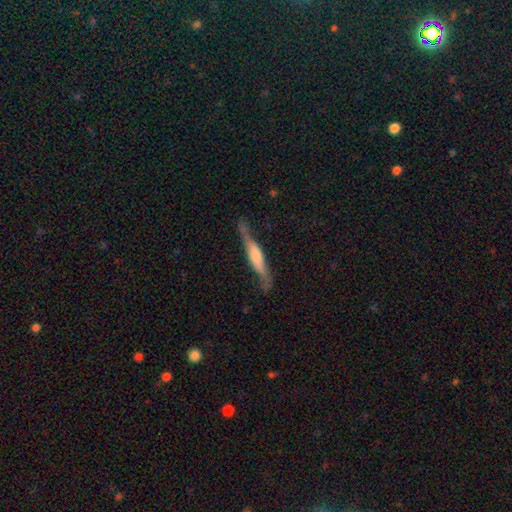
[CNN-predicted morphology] This appears to be a featured or disk galaxy (70%) viewed edge-on (90%) with a rounded central bulge (54%). Merging: none (76%).